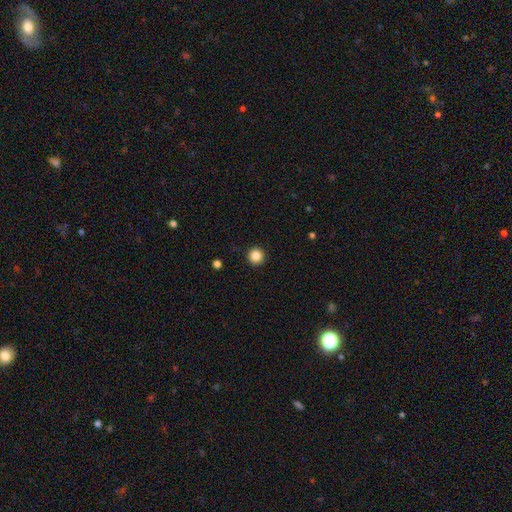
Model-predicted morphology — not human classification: This appears to be a smooth galaxy with no disk features (85%) that is round (96%). Merging: none (93%).